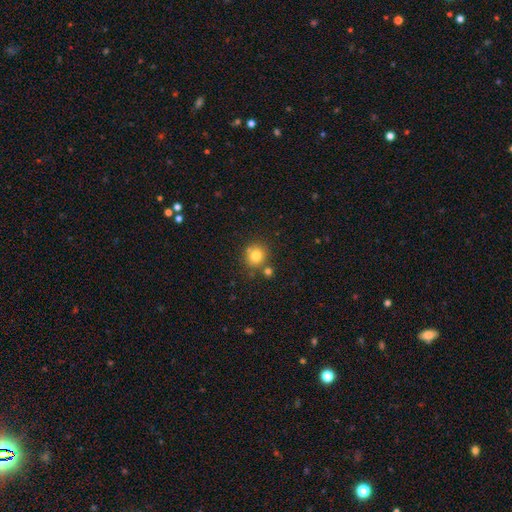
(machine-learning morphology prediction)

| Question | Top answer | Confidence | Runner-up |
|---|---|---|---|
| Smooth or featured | smooth | 80% | star or artifact (12%) |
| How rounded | round | 87% | in between (12%) |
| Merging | none | 72% | merger (14%) |